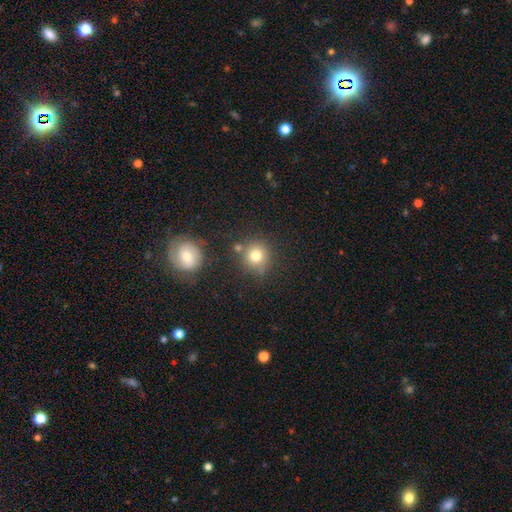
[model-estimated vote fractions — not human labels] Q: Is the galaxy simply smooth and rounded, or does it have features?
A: smooth — 78%.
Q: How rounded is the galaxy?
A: round — 89%.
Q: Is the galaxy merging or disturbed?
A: none — 73%.